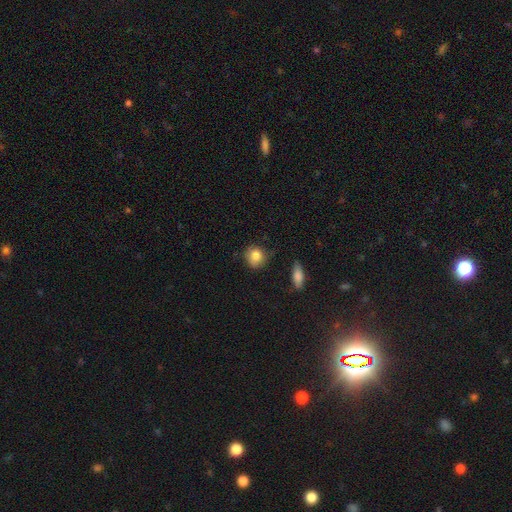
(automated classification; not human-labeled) smooth_or_featured: smooth (p=0.84) [alt: star or artifact p=0.09]
how_rounded: round (p=0.80) [alt: in between p=0.18]
merging: none (p=0.73) [alt: minor disturbance p=0.20]